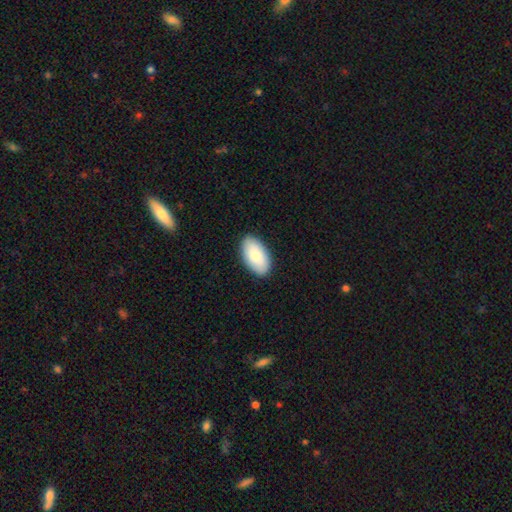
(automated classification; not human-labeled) Smooth or featured?
  - smooth: 82% *
  - featured or disk: 13%
  - star or artifact: 6%
How rounded?
  - in between: 95% *
  - round: 3%
  - cigar-shaped: 2%
Merging?
  - none: 89% *
  - minor disturbance: 9%
  - major disturbance: 2%
  - merger: 1%